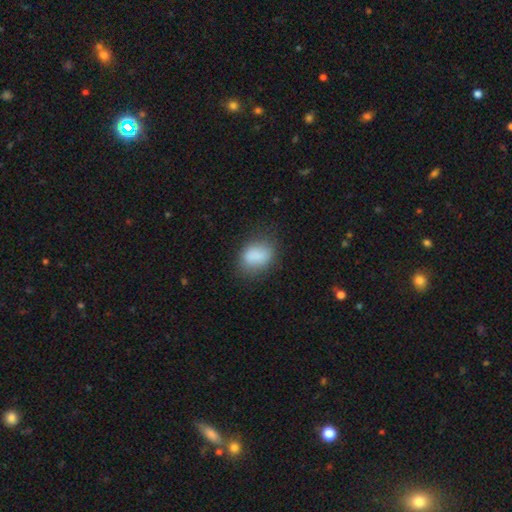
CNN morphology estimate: A smooth galaxy with no disk features (83%) that is in between round and cigar-shaped (71%).

Vote fractions:
- Smooth or featured? smooth: 83% / star or artifact: 9% / featured or disk: 8%
- How rounded? in between: 71% / round: 27% / cigar-shaped: 2%
- Merging? none: 69% / minor disturbance: 21% / major disturbance: 8% / merger: 2%